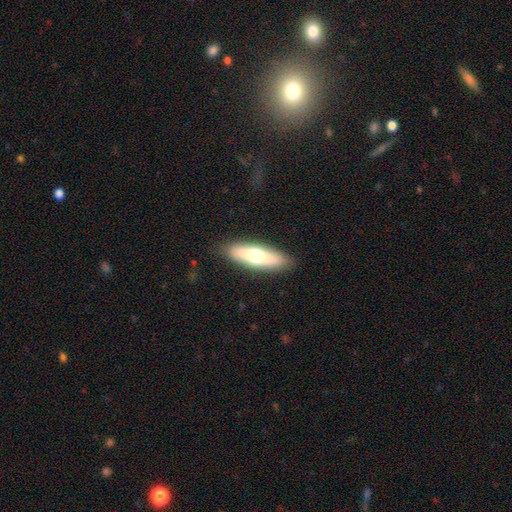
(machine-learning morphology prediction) Q: Smooth or featured?
A: smooth (61%); runner-up: featured or disk (33%)
Q: How rounded?
A: cigar-shaped (54%); runner-up: in between (43%)
Q: Merging?
A: none (87%); runner-up: minor disturbance (10%)